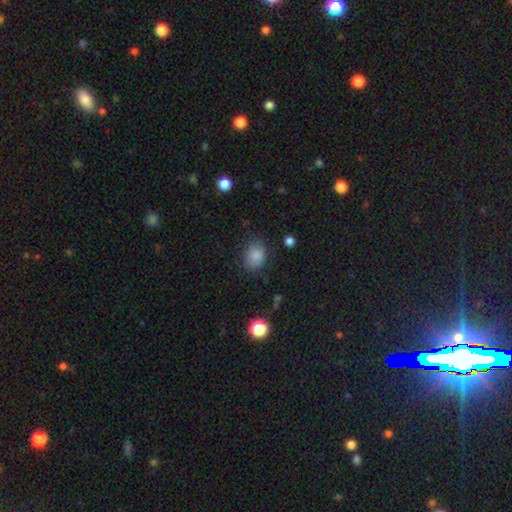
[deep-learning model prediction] Overall: smooth (84%). How rounded: in between (52%; round 47%). Merging: none (73%).